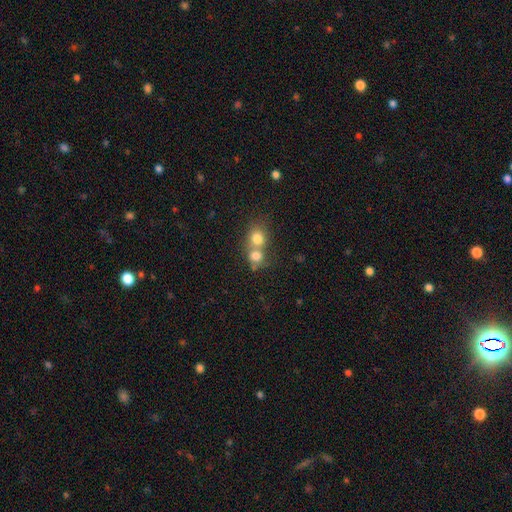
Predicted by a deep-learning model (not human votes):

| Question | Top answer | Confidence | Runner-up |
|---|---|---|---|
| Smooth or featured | smooth | 76% | featured or disk (12%) |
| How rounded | round | 77% | in between (22%) |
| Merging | merger | 63% | none (29%) |